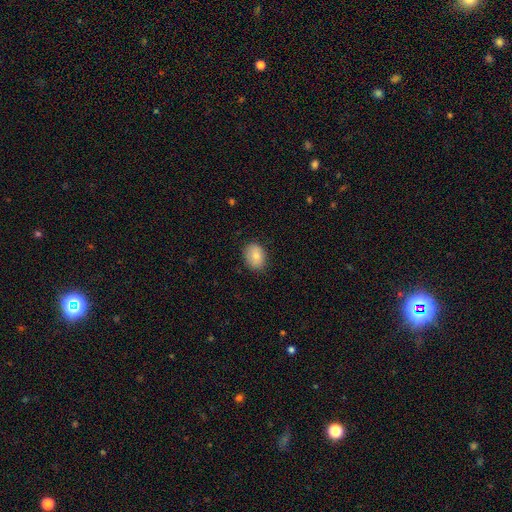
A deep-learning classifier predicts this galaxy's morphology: This appears to be a smooth galaxy with no disk features (80%) that is in between round and cigar-shaped (60%). Merging: none (82%).